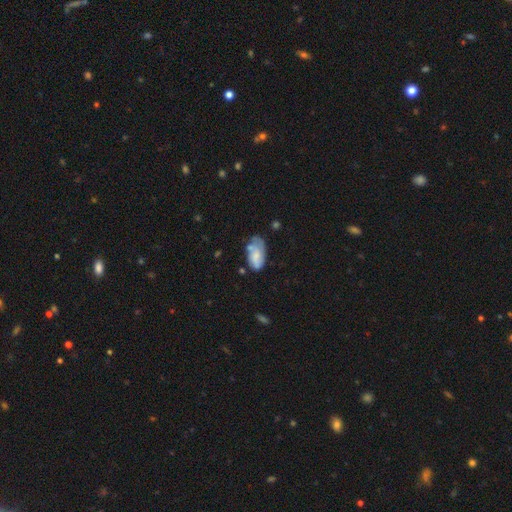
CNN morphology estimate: Smooth or featured? Predicted: smooth (p=0.51). How rounded? Predicted: in between (p=0.92). Merging? Predicted: none (p=0.46).